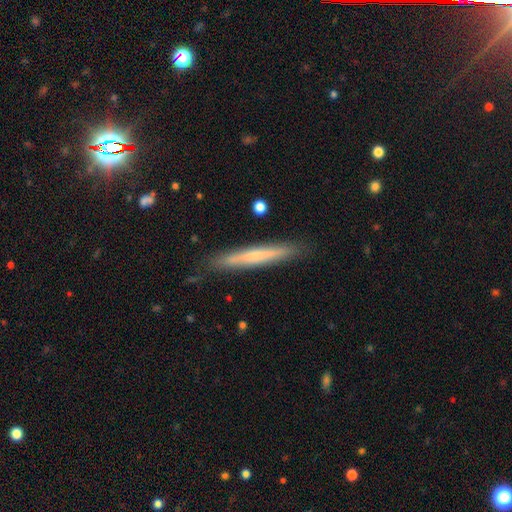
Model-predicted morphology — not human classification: Overall: smooth (58%; featured or disk 36%). How rounded: cigar-shaped (96%). Merging: none (88%).